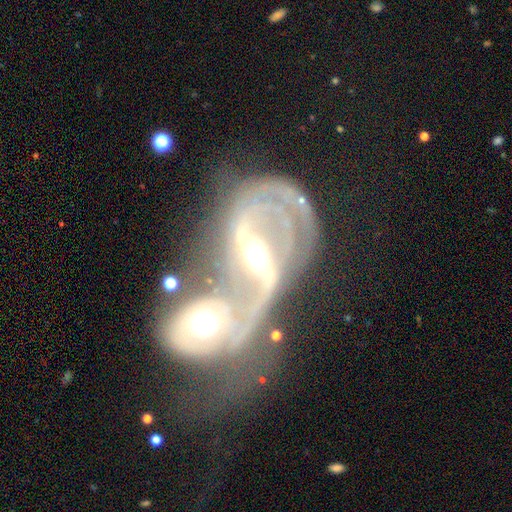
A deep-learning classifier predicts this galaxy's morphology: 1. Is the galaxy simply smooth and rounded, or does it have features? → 87% featured or disk, 7% smooth, 6% star or artifact.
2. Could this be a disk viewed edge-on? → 93% no, 7% yes.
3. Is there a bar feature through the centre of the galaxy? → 60% strong, 26% weak, 13% no.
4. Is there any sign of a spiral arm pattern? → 87% yes, 13% no.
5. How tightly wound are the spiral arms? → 37% medium, 36% loose, 27% tight.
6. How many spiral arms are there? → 66% 2, 14% can't tell, 9% 1, 5% 3, 3% 4, 3% more than 4.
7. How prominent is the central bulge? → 63% moderate, 18% small, 14% large, 3% none, 3% dominant.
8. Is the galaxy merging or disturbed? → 65% merger, 14% none, 13% major disturbance, 8% minor disturbance.